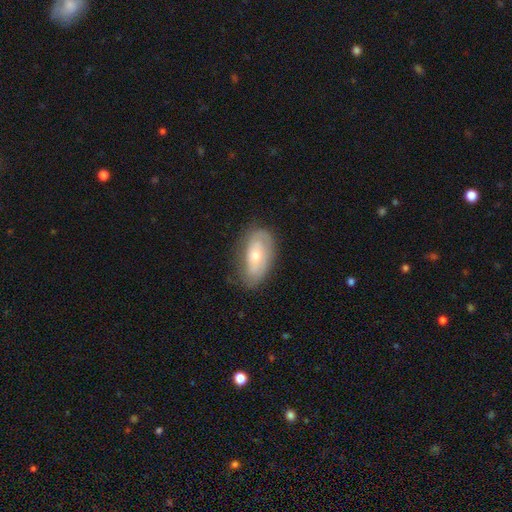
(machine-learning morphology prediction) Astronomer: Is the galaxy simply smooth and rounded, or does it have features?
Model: featured or disk — 48% (runner-up: smooth, 41%).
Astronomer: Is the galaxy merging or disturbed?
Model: none — 74%.